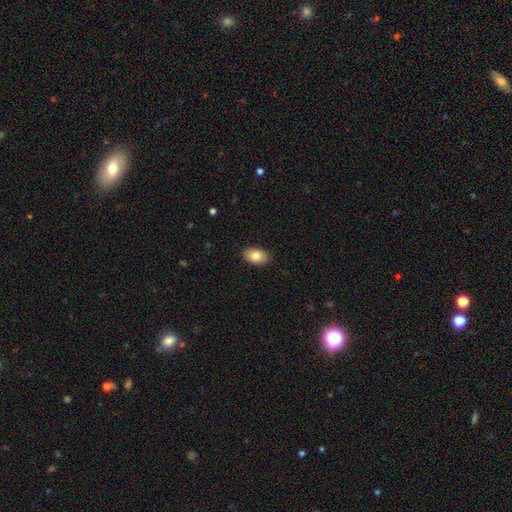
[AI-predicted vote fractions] Smooth or featured? Predicted: smooth (p=0.82). How rounded? Predicted: in between (p=0.90). Merging? Predicted: none (p=0.89).